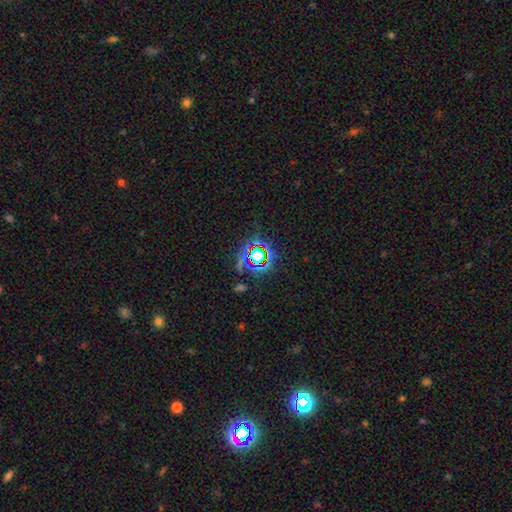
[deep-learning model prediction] Overall: star or artifact (69%).